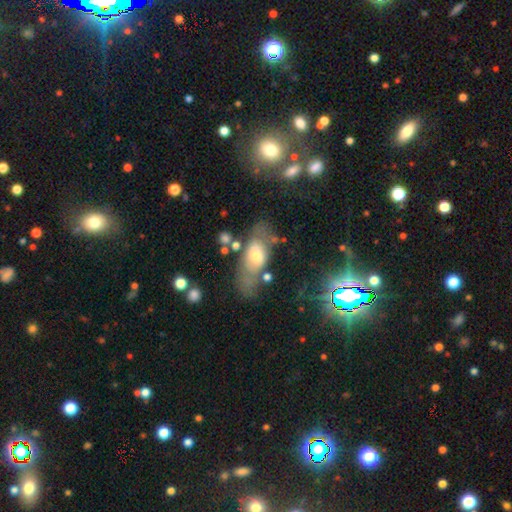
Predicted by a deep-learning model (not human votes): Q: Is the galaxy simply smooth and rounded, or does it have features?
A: smooth — 49%.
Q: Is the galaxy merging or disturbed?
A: none — 49%.